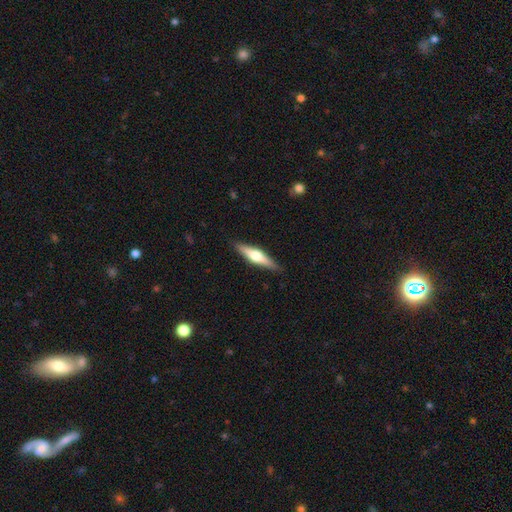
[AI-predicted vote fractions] smooth-or-featured: featured or disk: 61% | smooth: 34% | star or artifact: 5%
  disk-edge-on: yes: 97% | no: 3%
    edge-on-bulge: rounded: 90% | boxy: 7% | none: 3%
  merging: none: 89% | minor disturbance: 8% | major disturbance: 2% | merger: 1%